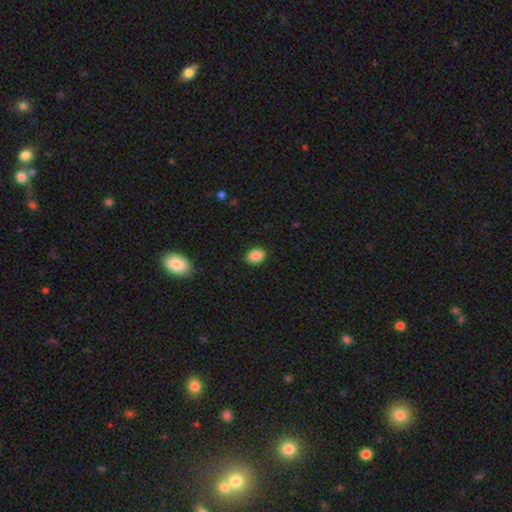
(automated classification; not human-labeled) Overall: smooth (88%). How rounded: in between (70%). Merging: none (89%).